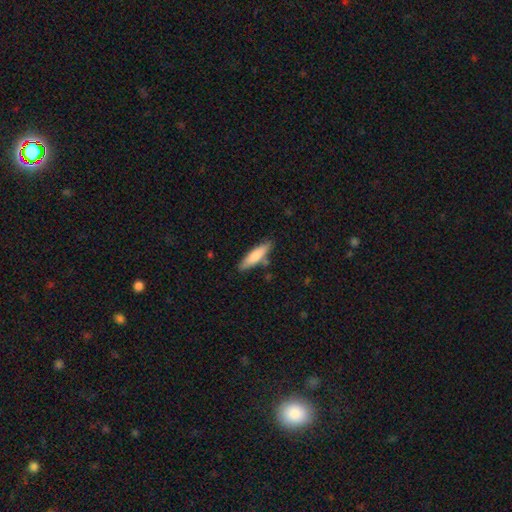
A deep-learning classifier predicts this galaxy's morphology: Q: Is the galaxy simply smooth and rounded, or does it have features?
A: smooth — 78%.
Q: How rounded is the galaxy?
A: cigar-shaped — 70%.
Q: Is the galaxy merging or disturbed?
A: none — 81%.